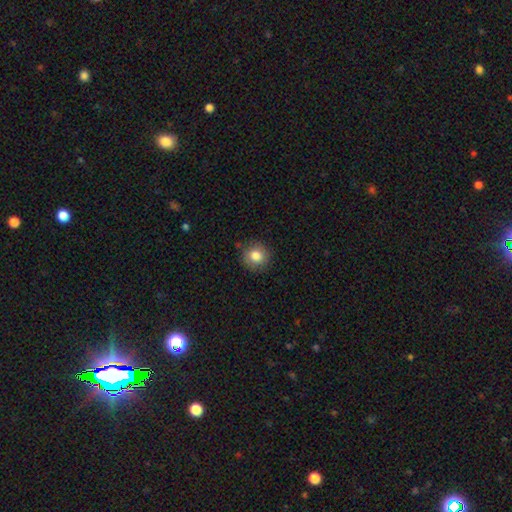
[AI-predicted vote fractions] smooth-or-featured: smooth: 83% | star or artifact: 10% | featured or disk: 8%
  how-rounded: round: 89% | in between: 10% | cigar-shaped: 1%
  merging: none: 86% | minor disturbance: 10% | major disturbance: 2% | merger: 1%